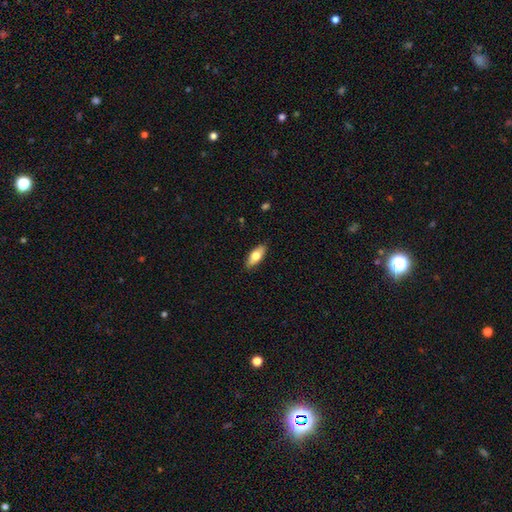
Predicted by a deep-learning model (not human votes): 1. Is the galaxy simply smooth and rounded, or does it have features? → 71% smooth, 23% featured or disk, 6% star or artifact.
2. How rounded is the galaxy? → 77% in between, 20% cigar-shaped, 3% round.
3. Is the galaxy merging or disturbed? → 89% none, 8% minor disturbance, 2% major disturbance, 1% merger.